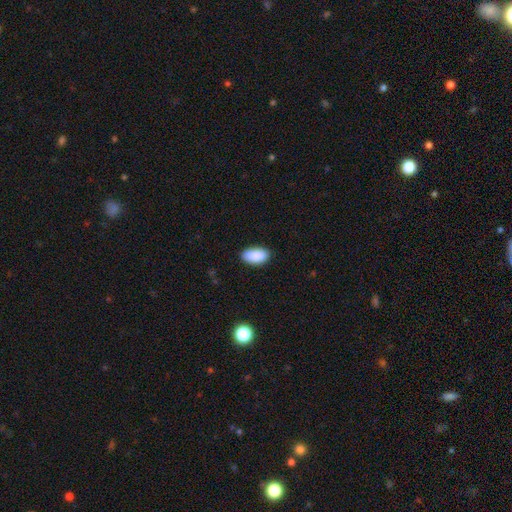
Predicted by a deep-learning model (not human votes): Smooth or featured?
  - smooth: 90% *
  - star or artifact: 7%
  - featured or disk: 3%
How rounded?
  - in between: 95% *
  - round: 3%
  - cigar-shaped: 2%
Merging?
  - none: 86% *
  - minor disturbance: 11%
  - major disturbance: 2%
  - merger: 1%